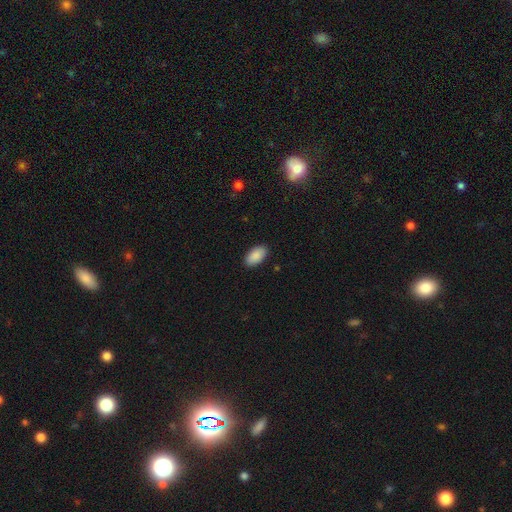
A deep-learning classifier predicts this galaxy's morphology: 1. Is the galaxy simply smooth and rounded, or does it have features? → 90% smooth, 6% star or artifact, 4% featured or disk.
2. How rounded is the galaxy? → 95% in between, 3% round, 2% cigar-shaped.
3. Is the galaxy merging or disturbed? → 89% none, 8% minor disturbance, 2% major disturbance, 1% merger.